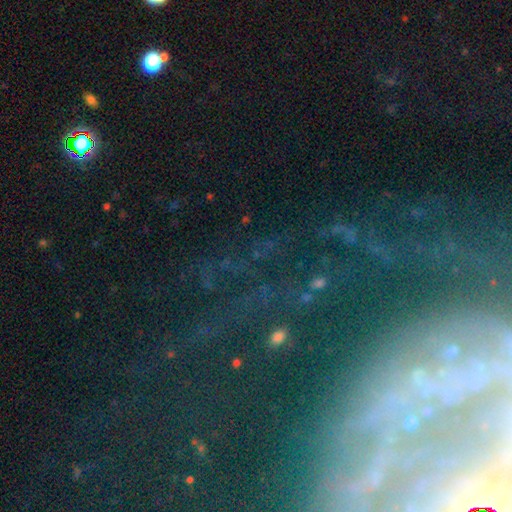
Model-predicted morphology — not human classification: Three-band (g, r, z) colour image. It shows a star or artifact, not a galaxy (55%).